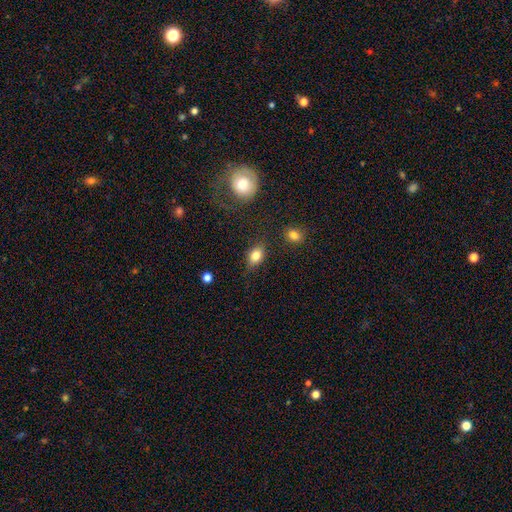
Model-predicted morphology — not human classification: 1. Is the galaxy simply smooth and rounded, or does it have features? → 80% smooth, 11% featured or disk, 9% star or artifact.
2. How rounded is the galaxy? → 76% in between, 22% round, 3% cigar-shaped.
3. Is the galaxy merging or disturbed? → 79% none, 15% minor disturbance, 4% major disturbance, 2% merger.